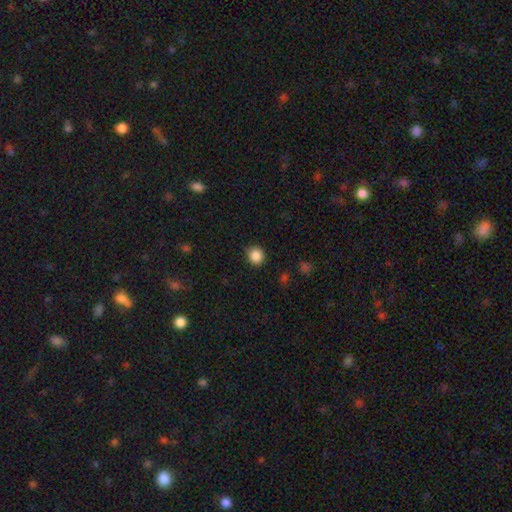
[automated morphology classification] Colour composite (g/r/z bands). It shows a smooth galaxy with no disk features (87%) that is round (86%). Merging: none (87%).